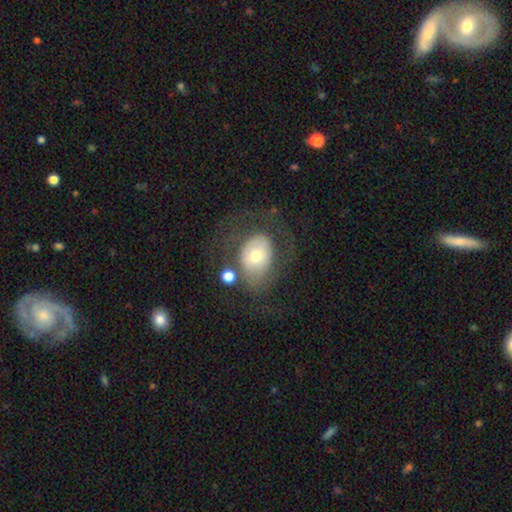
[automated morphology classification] smooth_or_featured: smooth (p=0.48) [alt: featured or disk p=0.43]
merging: none (p=0.49) [alt: major disturbance p=0.25]